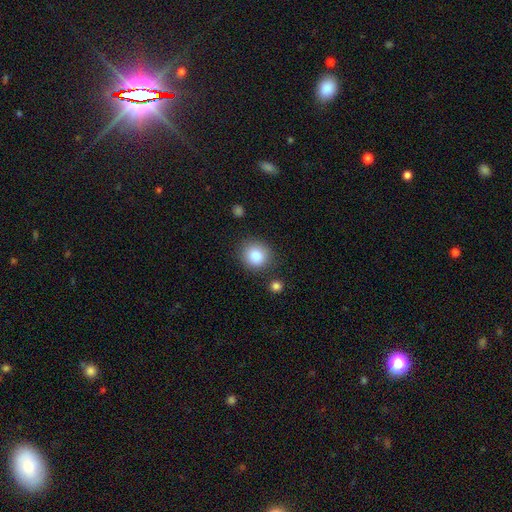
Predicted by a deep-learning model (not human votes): A smooth galaxy with no disk features (86%) that is round (85%). Merging: none (83%).